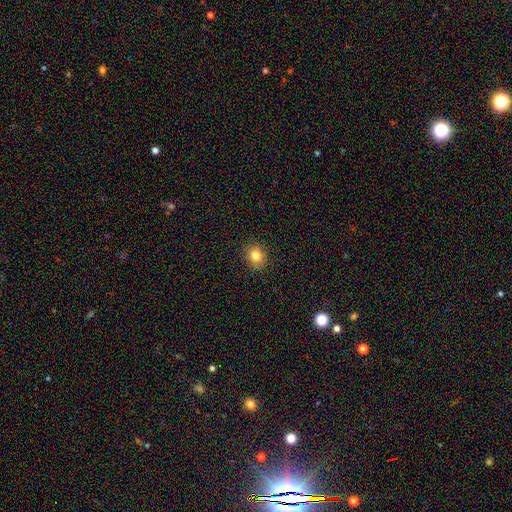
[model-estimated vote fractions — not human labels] Smooth or featured?
  - smooth: 81% *
  - star or artifact: 11%
  - featured or disk: 7%
How rounded?
  - round: 68% *
  - in between: 31%
  - cigar-shaped: 1%
Merging?
  - none: 90% *
  - minor disturbance: 7%
  - major disturbance: 2%
  - merger: 1%